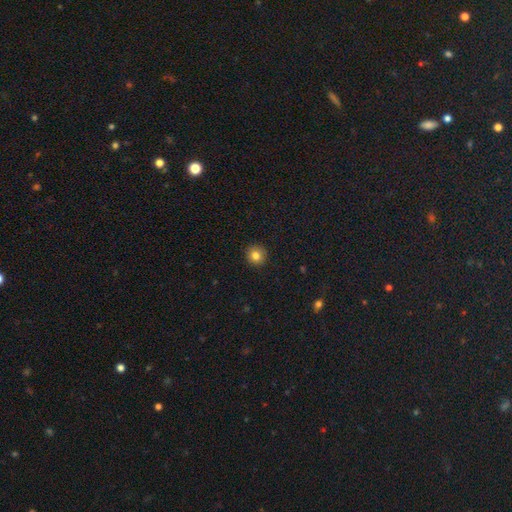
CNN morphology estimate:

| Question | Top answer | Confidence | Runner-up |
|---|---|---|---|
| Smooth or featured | smooth | 82% | star or artifact (11%) |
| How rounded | round | 94% | in between (5%) |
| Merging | none | 92% | minor disturbance (5%) |